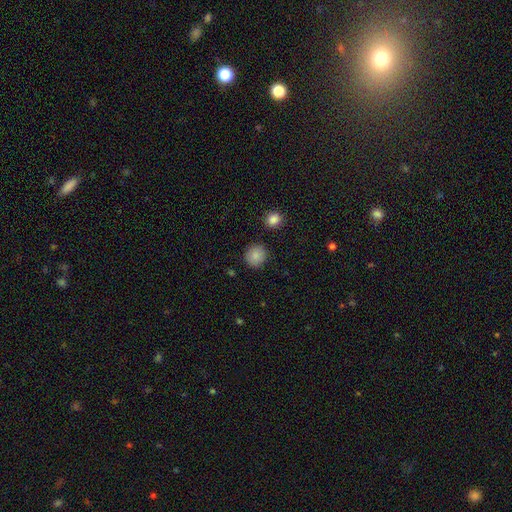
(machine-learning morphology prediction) A smooth galaxy with no disk features (87%) that is round (90%).

Vote fractions:
- Smooth or featured? smooth: 87% / star or artifact: 9% / featured or disk: 4%
- How rounded? round: 90% / in between: 9% / cigar-shaped: 1%
- Merging? none: 89% / minor disturbance: 7% / major disturbance: 2% / merger: 2%